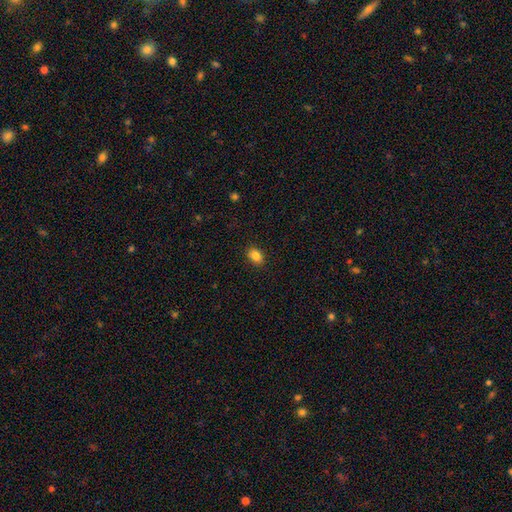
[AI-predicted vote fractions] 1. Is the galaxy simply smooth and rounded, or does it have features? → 85% smooth, 10% star or artifact, 5% featured or disk.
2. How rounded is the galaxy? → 75% in between, 24% round, 1% cigar-shaped.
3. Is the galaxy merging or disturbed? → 89% none, 8% minor disturbance, 2% major disturbance, 1% merger.